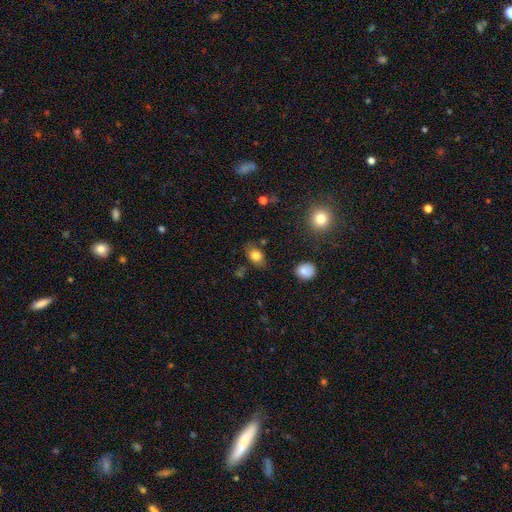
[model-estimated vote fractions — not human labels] Smooth or featured? smooth (79%)
How rounded? in between (81%)
Merging? none (79%)